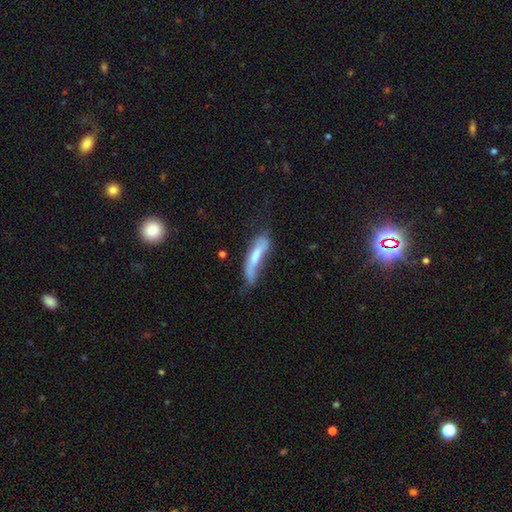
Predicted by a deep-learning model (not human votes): Smooth or featured? smooth (54%)
How rounded? cigar-shaped (75%)
Merging? none (35%)